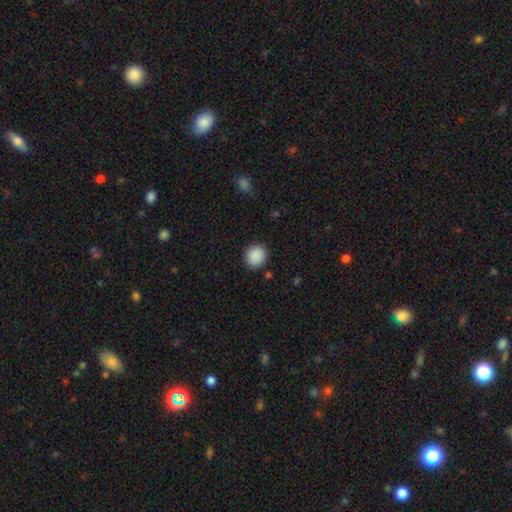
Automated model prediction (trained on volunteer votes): This appears to be a smooth galaxy with no disk features (90%) that is round (83%). Merging: none (89%).